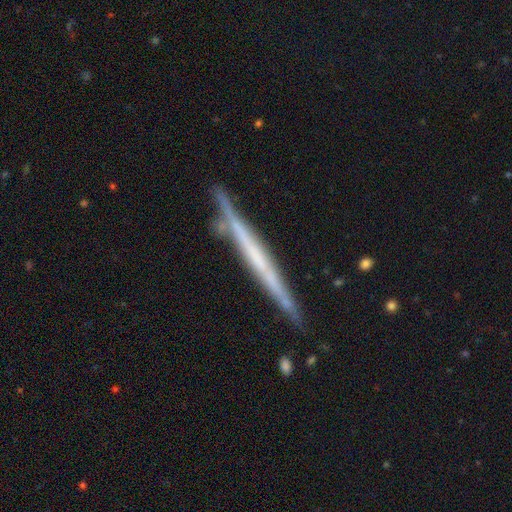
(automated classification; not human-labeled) Morphology: type=featured or disk (65%); edge-on=yes (96%); edge-on bulge=none (84%); merging=none (84%).